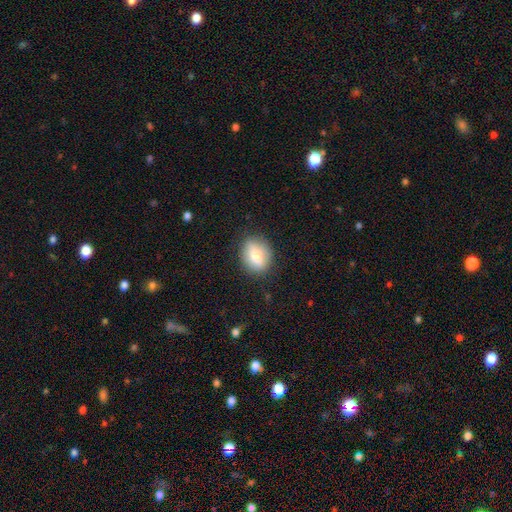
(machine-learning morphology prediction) Q: Smooth or featured?
A: smooth (67%); runner-up: featured or disk (25%)
Q: How rounded?
A: round (49%); runner-up: in between (48%)
Q: Merging?
A: none (84%); runner-up: minor disturbance (12%)